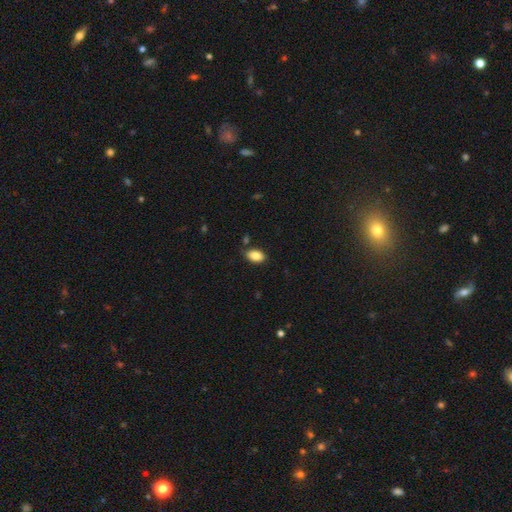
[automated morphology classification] Smooth or featured? smooth (87%)
How rounded? in between (92%)
Merging? none (81%)